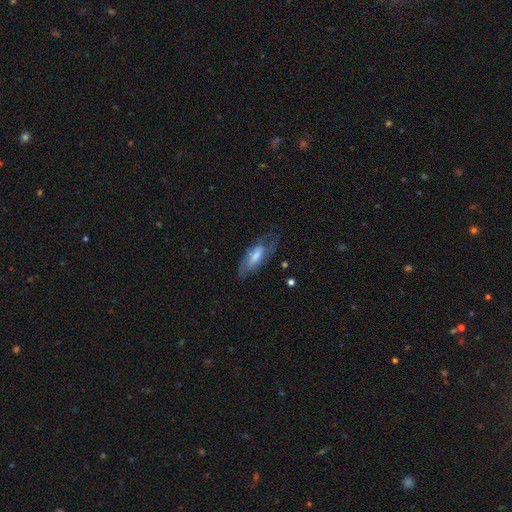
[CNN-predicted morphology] featured or disk 49%, smooth 44%, star or artifact 7%. Down the decision tree: merging — none (55%).